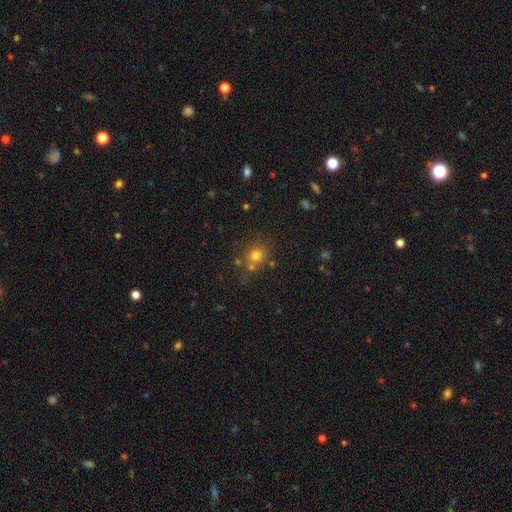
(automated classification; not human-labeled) A smooth galaxy with no disk features (72%) that is round (88%). Merging: none (68%).